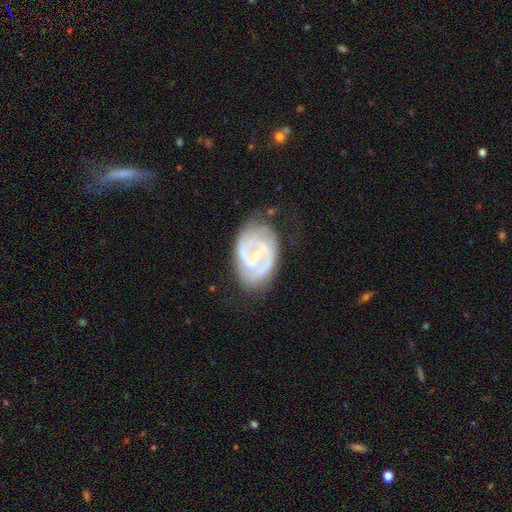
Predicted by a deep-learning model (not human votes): Morphology: type=featured or disk (88%); edge-on=no (97%); bar=no (44%); spiral arms=yes (96%); winding=tight (59%); arm count=2 (65%); bulge=small (69%); merging=none (67%).